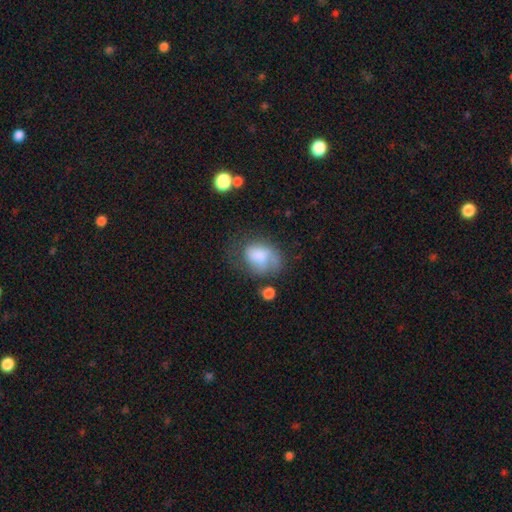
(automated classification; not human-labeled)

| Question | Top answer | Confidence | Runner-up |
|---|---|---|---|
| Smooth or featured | smooth | 58% | featured or disk (31%) |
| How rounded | in between | 70% | round (28%) |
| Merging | none | 40% | minor disturbance (30%) |